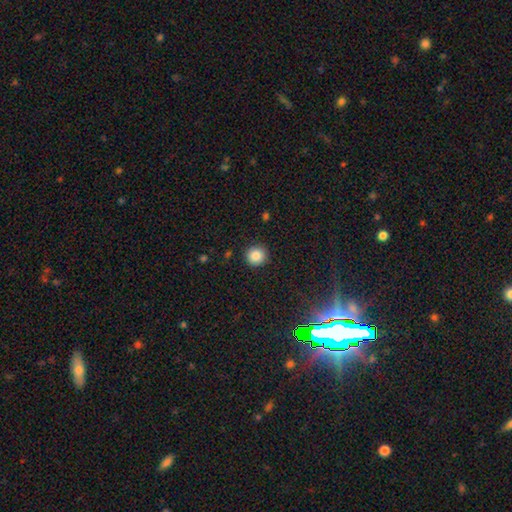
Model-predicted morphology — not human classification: Smooth or featured? smooth (86%)
How rounded? round (93%)
Merging? none (91%)